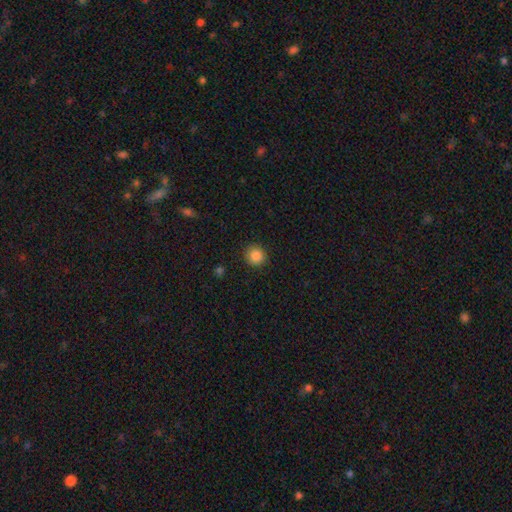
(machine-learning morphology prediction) type=smooth (86%); roundness=round (91%); merging=none (90%).